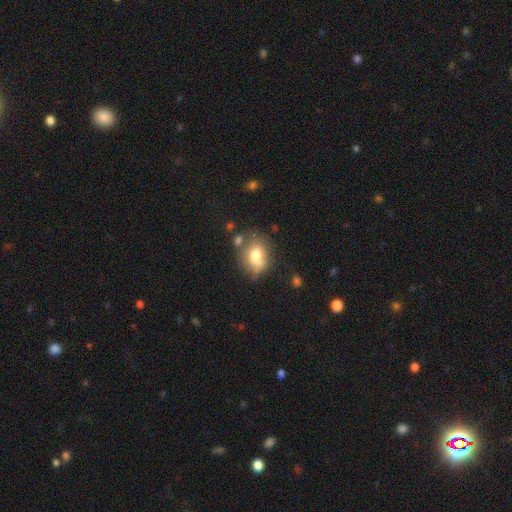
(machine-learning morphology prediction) This appears to be a smooth galaxy with no disk features (68%) that is in between round and cigar-shaped (65%). Merging: none (46%).